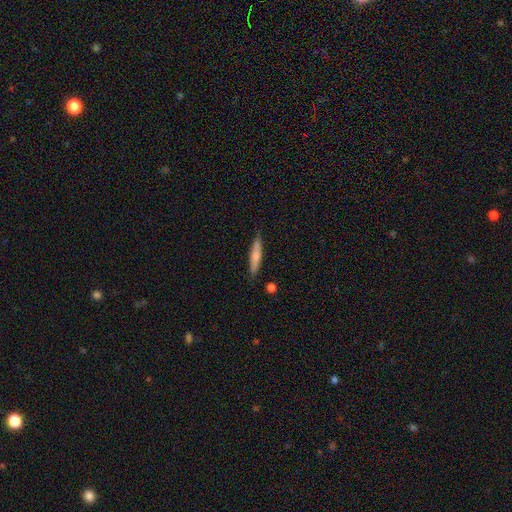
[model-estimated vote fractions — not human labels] smooth-or-featured: smooth: 64% | featured or disk: 30% | star or artifact: 6%
  how-rounded: cigar-shaped: 87% | in between: 12% | round: 2%
  merging: none: 83% | minor disturbance: 12% | major disturbance: 2% | merger: 2%